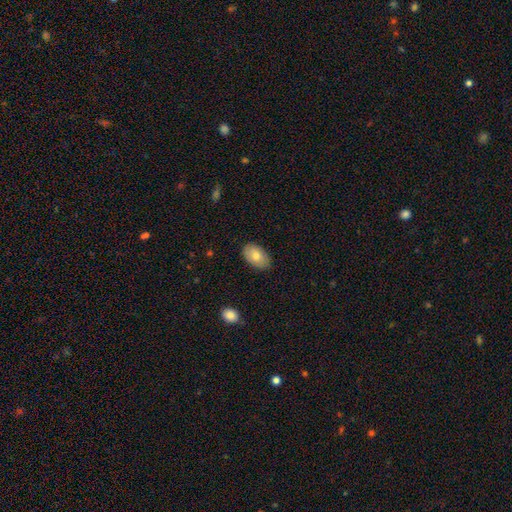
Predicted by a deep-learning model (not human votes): Q: Smooth or featured?
A: smooth (79%); runner-up: featured or disk (15%)
Q: How rounded?
A: in between (93%); runner-up: round (6%)
Q: Merging?
A: none (84%); runner-up: minor disturbance (13%)